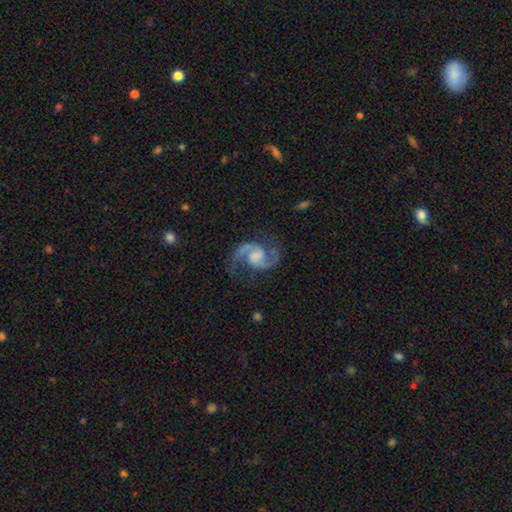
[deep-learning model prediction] A featured or disk galaxy (92%) with no bar (50%), 2 (94%) medium (60%) spiral arms (98%) and no central bulge (34%).

Vote fractions:
- Smooth or featured? featured or disk: 92% / star or artifact: 4% / smooth: 3%
- Edge-on disk? no: 98% / yes: 2%
- Bar? no: 50% / weak: 42% / strong: 9%
- Spiral arms? yes: 98% / no: 2%
- Spiral winding? medium: 60% / loose: 30% / tight: 10%
- Spiral arm count? 2: 94% / can't tell: 1% / 1: 1% / 3: 1% / 4: 1% / more than 4: 1%
- Bulge size? none: 34% / moderate: 28% / small: 27% / large: 9% / dominant: 2%
- Merging? none: 76% / minor disturbance: 15% / major disturbance: 7% / merger: 2%